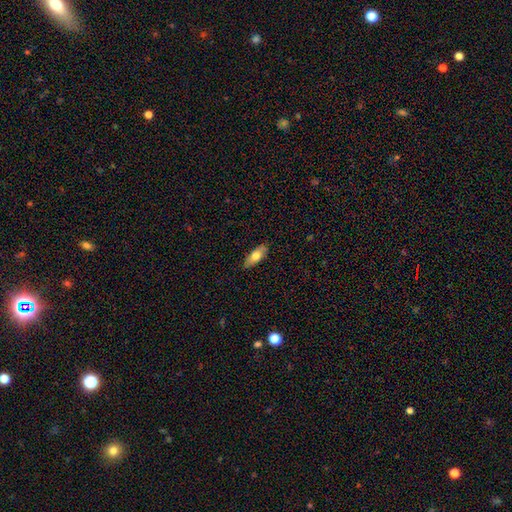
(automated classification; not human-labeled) smooth-or-featured: smooth: 69% | featured or disk: 25% | star or artifact: 6%
  how-rounded: in between: 71% | cigar-shaped: 27% | round: 3%
  merging: none: 87% | minor disturbance: 10% | major disturbance: 2% | merger: 1%